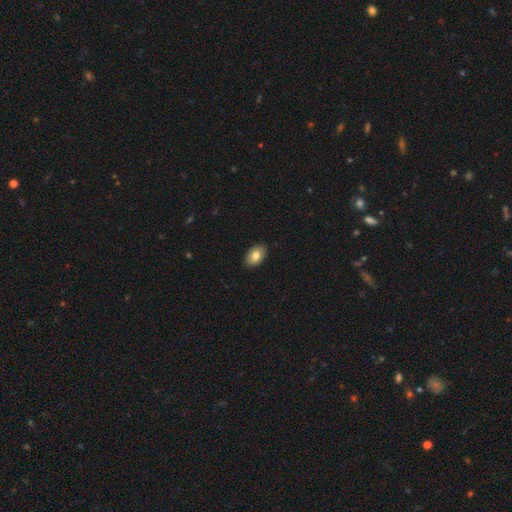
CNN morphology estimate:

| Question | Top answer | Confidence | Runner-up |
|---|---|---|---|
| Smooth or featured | smooth | 80% | featured or disk (12%) |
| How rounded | in between | 90% | round (9%) |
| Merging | none | 88% | minor disturbance (9%) |